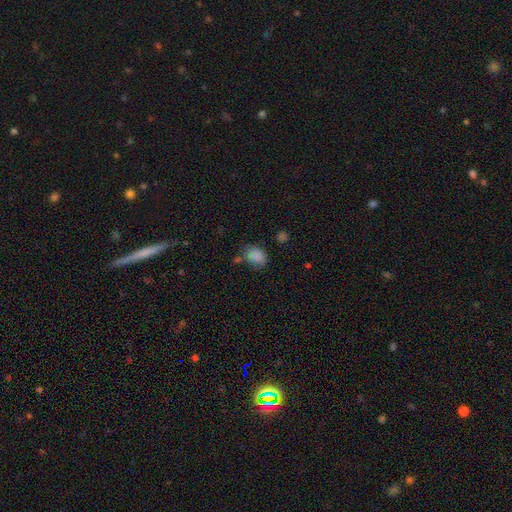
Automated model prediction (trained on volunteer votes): This appears to be a smooth galaxy with no disk features (84%) that is in between round and cigar-shaped (64%). Merging: none (61%).